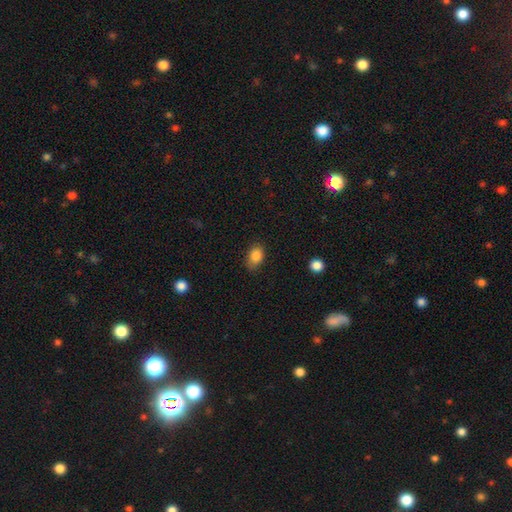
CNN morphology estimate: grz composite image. It shows a smooth galaxy with no disk features (86%) that is in between round and cigar-shaped (78%). Merging: none (72%).